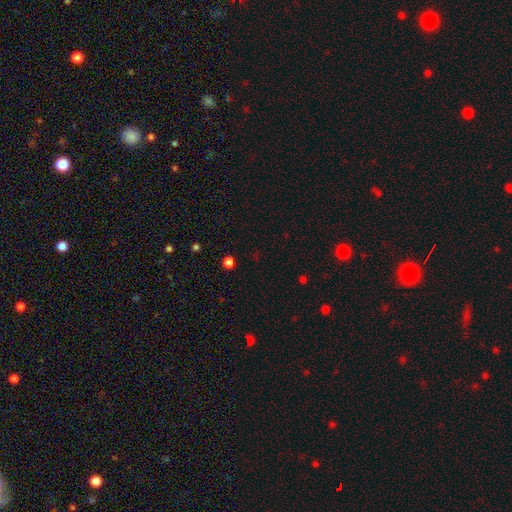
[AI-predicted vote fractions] A star or artifact, not a galaxy (59%).

Vote fractions:
- Smooth or featured? star or artifact: 59% / smooth: 35% / featured or disk: 6%